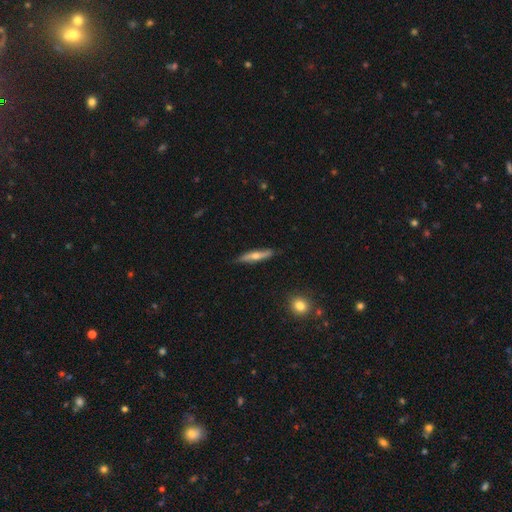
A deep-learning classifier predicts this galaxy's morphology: A featured or disk galaxy (52%) viewed edge-on (85%).

Vote fractions:
- Smooth or featured? featured or disk: 52% / smooth: 42% / star or artifact: 6%
- Edge-on disk? yes: 85% / no: 15%
- Merging? none: 83% / minor disturbance: 14% / major disturbance: 2% / merger: 1%